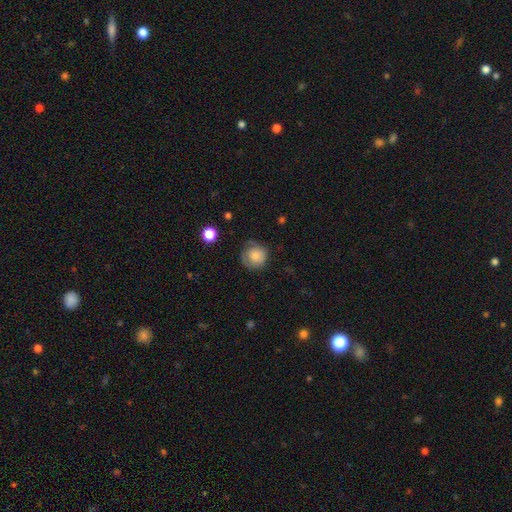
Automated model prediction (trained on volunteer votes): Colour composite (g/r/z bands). It shows a smooth galaxy with no disk features (77%) that is round (89%). Merging: none (64%).